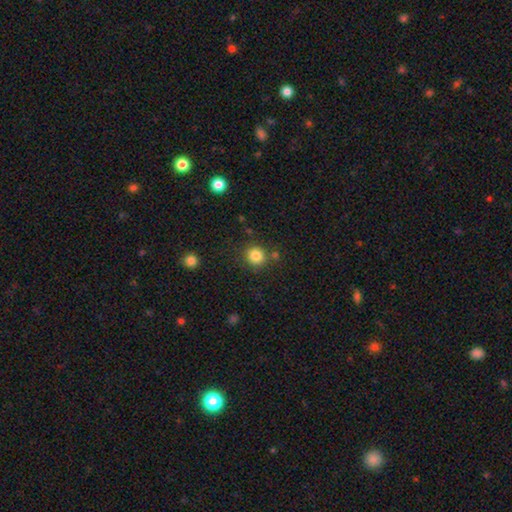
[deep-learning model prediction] smooth 84%, star or artifact 11%, featured or disk 5%. Down the decision tree: how rounded — round (89%); merging — none (81%).